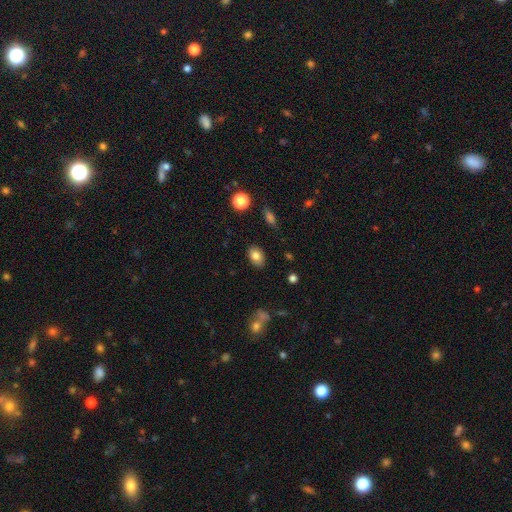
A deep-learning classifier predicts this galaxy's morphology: smooth_or_featured: smooth (p=0.81) [alt: featured or disk p=0.10]
how_rounded: in between (p=0.80) [alt: round p=0.19]
merging: none (p=0.86) [alt: minor disturbance p=0.10]